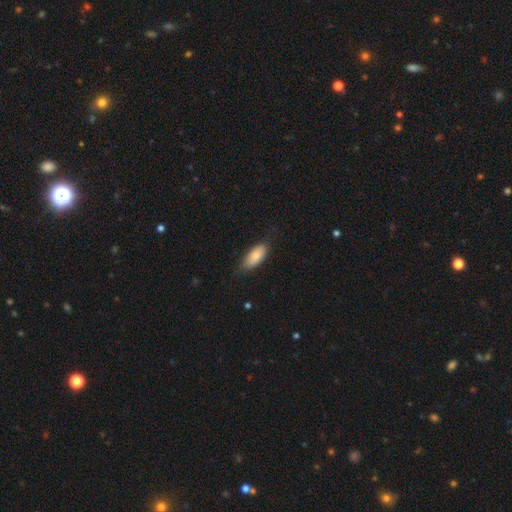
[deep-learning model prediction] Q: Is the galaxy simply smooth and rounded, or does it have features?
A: smooth — 77%.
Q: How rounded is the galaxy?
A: in between — 87%.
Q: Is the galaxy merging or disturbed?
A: none — 76%.